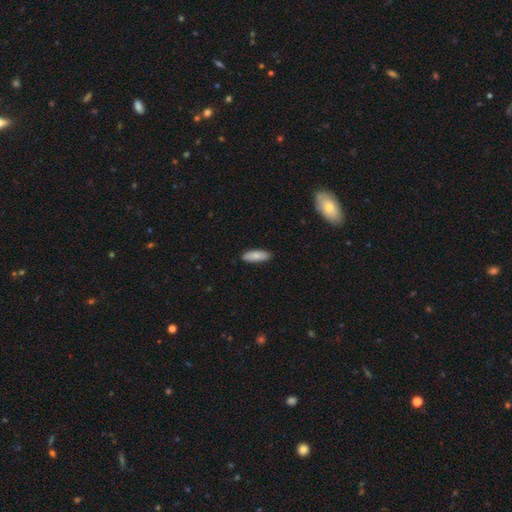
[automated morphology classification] smooth 81%, featured or disk 14%, star or artifact 6%. Down the decision tree: how rounded — in between (67%); merging — none (88%).